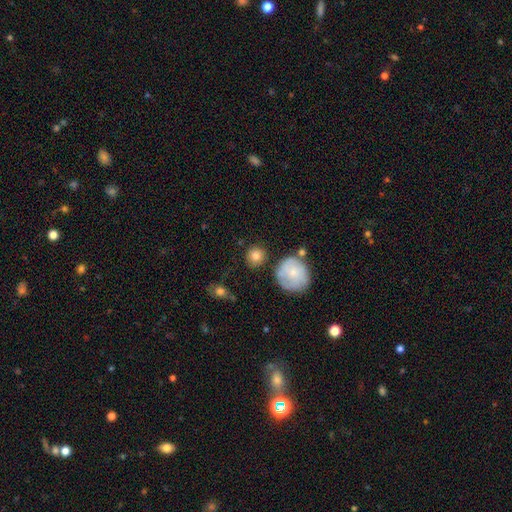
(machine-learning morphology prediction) smooth_or_featured: smooth (p=0.81) [alt: featured or disk p=0.10]
how_rounded: round (p=0.90) [alt: in between p=0.09]
merging: none (p=0.81) [alt: minor disturbance p=0.11]